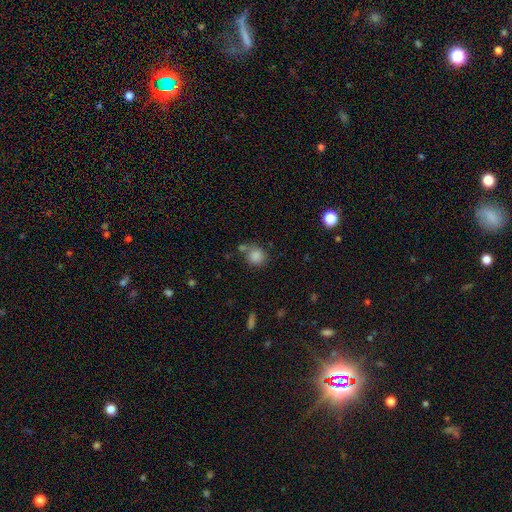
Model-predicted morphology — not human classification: Q: Smooth or featured?
A: smooth (85%); runner-up: star or artifact (10%)
Q: How rounded?
A: round (82%); runner-up: in between (17%)
Q: Merging?
A: none (56%); runner-up: merger (21%)